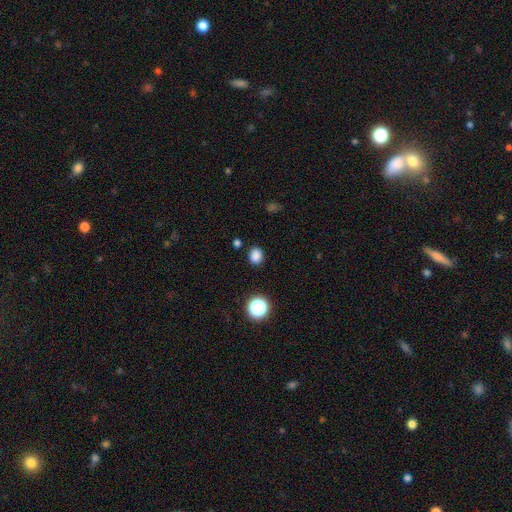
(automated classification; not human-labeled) Q: Smooth or featured?
A: smooth (83%); runner-up: star or artifact (13%)
Q: How rounded?
A: round (60%); runner-up: in between (39%)
Q: Merging?
A: none (86%); runner-up: minor disturbance (9%)